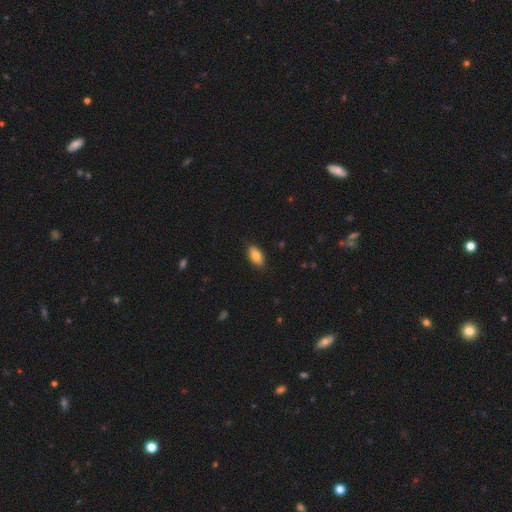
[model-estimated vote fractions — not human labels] Smooth or featured? smooth (83%)
How rounded? in between (92%)
Merging? none (87%)